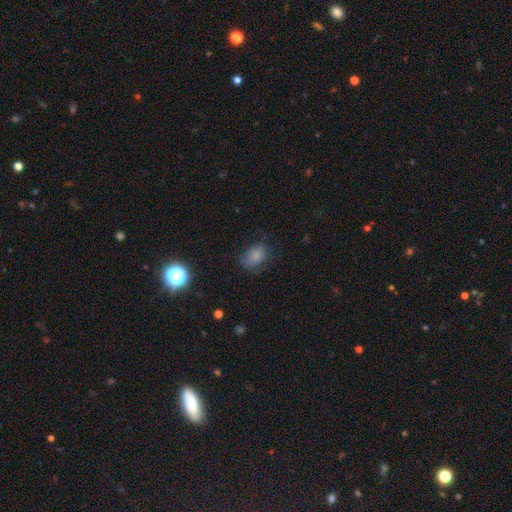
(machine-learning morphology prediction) smooth-or-featured: smooth: 79% | star or artifact: 13% | featured or disk: 8%
  how-rounded: in between: 77% | round: 22% | cigar-shaped: 1%
  merging: none: 60% | minor disturbance: 26% | major disturbance: 12% | merger: 2%